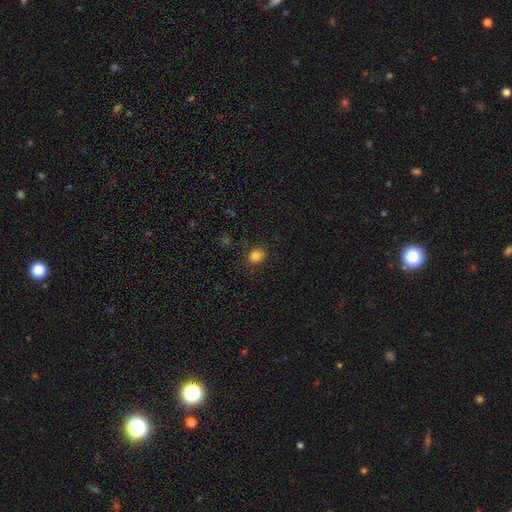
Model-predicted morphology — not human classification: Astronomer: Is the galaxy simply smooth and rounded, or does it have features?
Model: smooth — 83%.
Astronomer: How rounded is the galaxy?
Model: in between — 55% (runner-up: round, 44%).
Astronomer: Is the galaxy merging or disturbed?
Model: none — 83%.